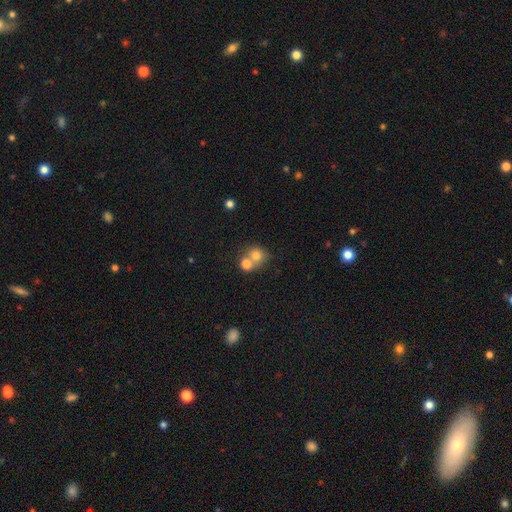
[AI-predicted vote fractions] Morphology: type=smooth (76%); roundness=round (82%); merging=merger (52%).